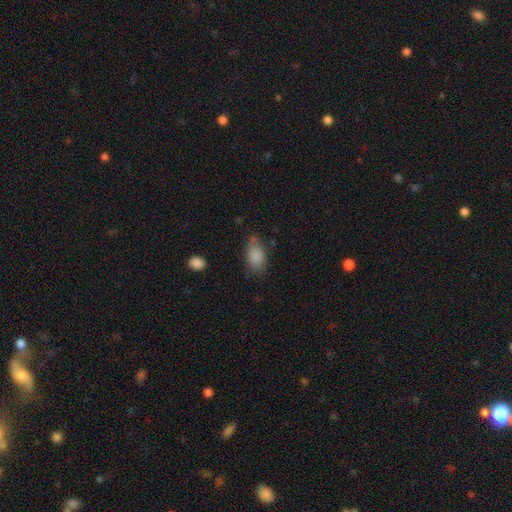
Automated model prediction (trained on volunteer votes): Overall: smooth (85%). How rounded: in between (89%). Merging: none (61%; minor disturbance 27%).